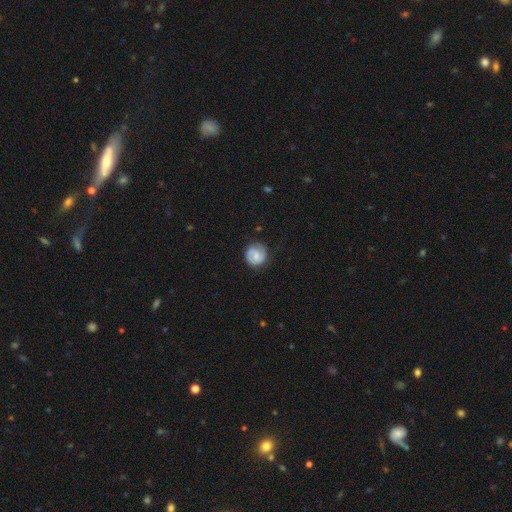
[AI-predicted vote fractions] Smooth or featured?
  - featured or disk: 64% *
  - smooth: 30%
  - star or artifact: 7%
Edge-on disk?
  - no: 98% *
  - yes: 2%
Bar?
  - no: 46% *
  - weak: 45%
  - strong: 9%
Spiral arms?
  - yes: 92% *
  - no: 8%
Spiral winding?
  - tight: 47% *
  - medium: 40%
  - loose: 12%
Spiral arm count?
  - 2: 81% *
  - can't tell: 9%
  - 1: 6%
  - 3: 2%
  - 4: 1%
  - more than 4: 1%
Bulge size?
  - small: 47% *
  - moderate: 36%
  - none: 13%
  - large: 3%
  - dominant: 1%
Merging?
  - none: 80% *
  - minor disturbance: 15%
  - major disturbance: 4%
  - merger: 1%